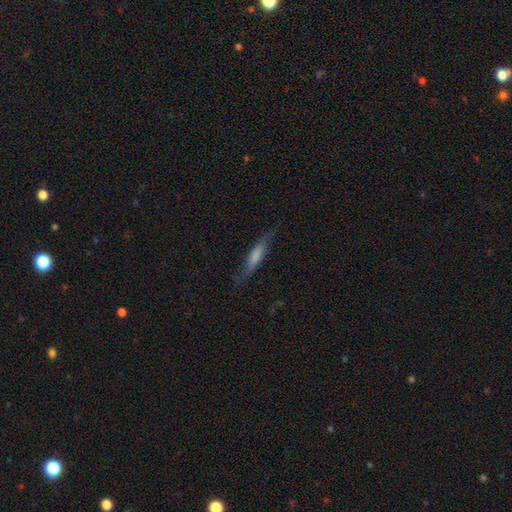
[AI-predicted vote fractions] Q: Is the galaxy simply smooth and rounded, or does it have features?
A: smooth — 59%.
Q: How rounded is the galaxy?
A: cigar-shaped — 78%.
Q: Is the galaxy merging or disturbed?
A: none — 73%.